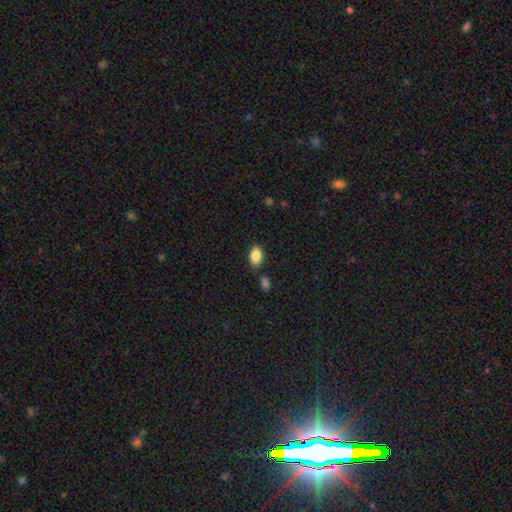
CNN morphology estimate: Overall: smooth (87%). How rounded: in between (88%). Merging: none (79%).